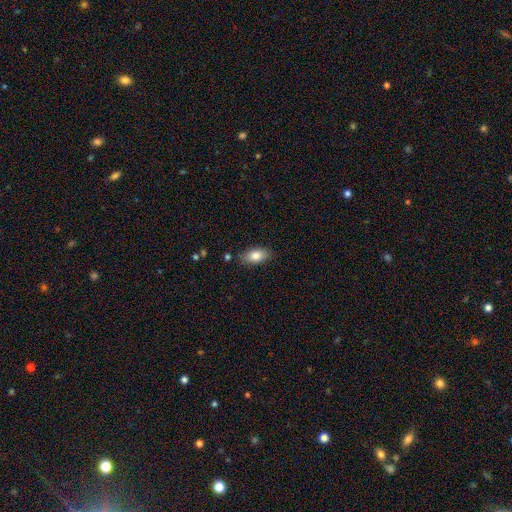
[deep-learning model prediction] A smooth galaxy with no disk features (82%) that is in between round and cigar-shaped (90%).

Vote fractions:
- Smooth or featured? smooth: 82% / featured or disk: 11% / star or artifact: 7%
- How rounded? in between: 90% / cigar-shaped: 5% / round: 4%
- Merging? none: 83% / minor disturbance: 12% / major disturbance: 3% / merger: 2%